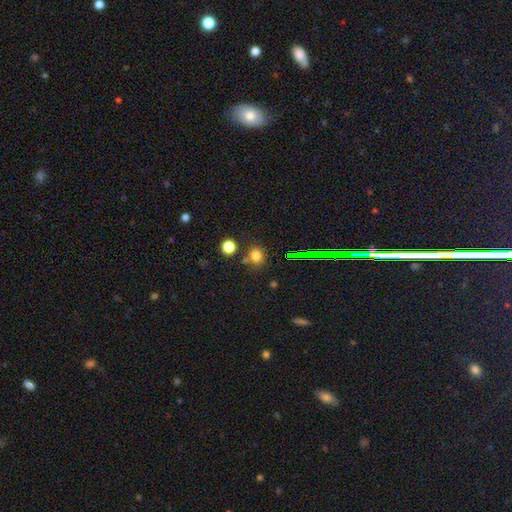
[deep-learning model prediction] This is likely a smooth galaxy (75%). How rounded: likely round (70%). Merging: likely none (69%).